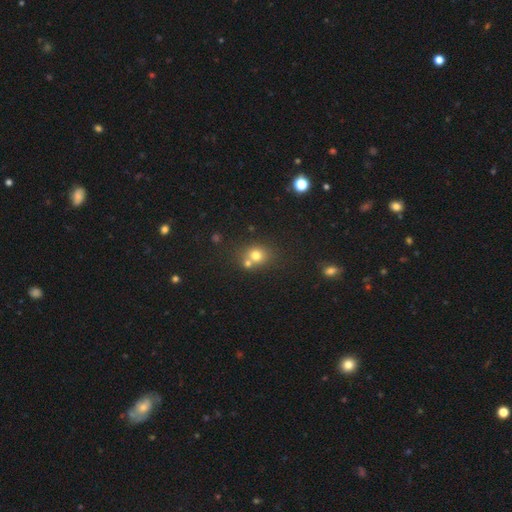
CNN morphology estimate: Smooth or featured? smooth (73%)
How rounded? round (75%)
Merging? none (53%)